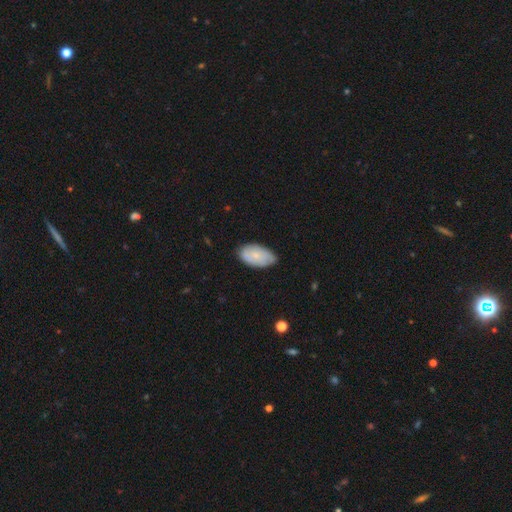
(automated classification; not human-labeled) smooth 69%, featured or disk 25%, star or artifact 6%. Down the decision tree: how rounded — in between (95%); merging — none (74%).